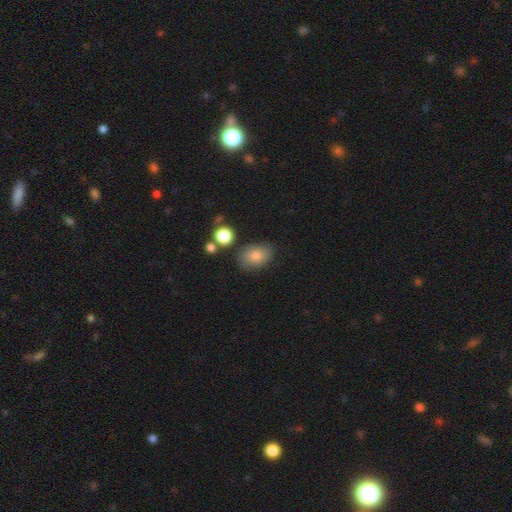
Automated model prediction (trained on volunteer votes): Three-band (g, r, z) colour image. It shows a smooth galaxy with no disk features (80%) that is in between round and cigar-shaped (83%). Merging: none (76%).